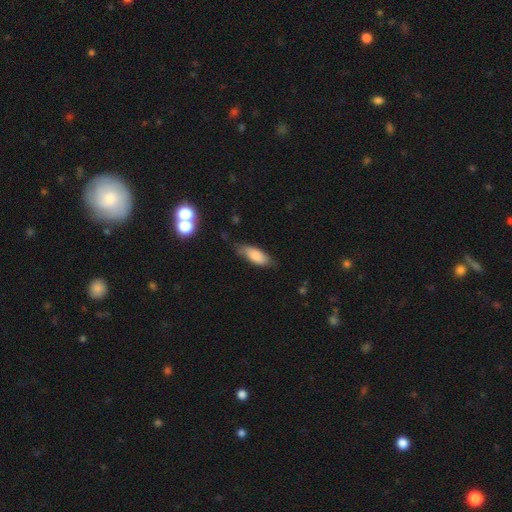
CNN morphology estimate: Smooth or featured?
  - smooth: 81% *
  - featured or disk: 12%
  - star or artifact: 7%
How rounded?
  - in between: 74% *
  - cigar-shaped: 24%
  - round: 2%
Merging?
  - none: 64% *
  - minor disturbance: 28%
  - major disturbance: 6%
  - merger: 2%